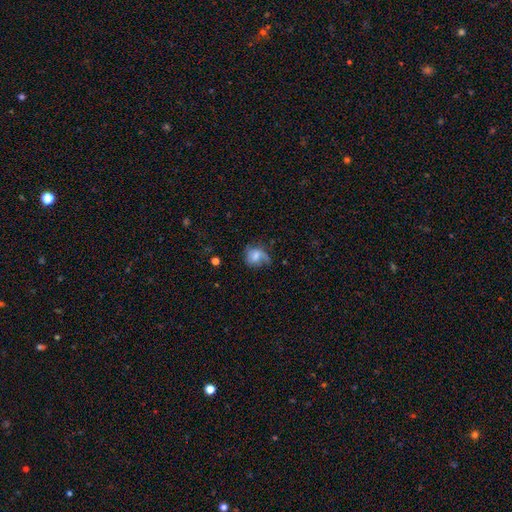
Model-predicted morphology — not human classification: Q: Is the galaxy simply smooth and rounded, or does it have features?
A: smooth — 54%.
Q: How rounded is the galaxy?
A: round — 53%.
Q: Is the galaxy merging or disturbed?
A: none — 39%.